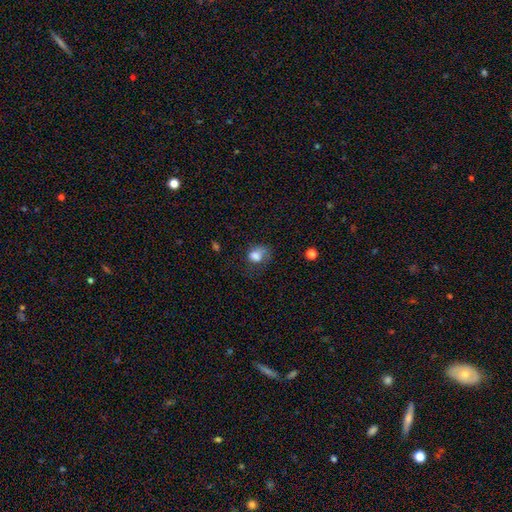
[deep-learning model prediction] Smooth or featured: smooth — 78% (featured or disk — 12%)
How rounded: in between — 56% (round — 43%)
Merging: none — 35% (minor disturbance — 31%)